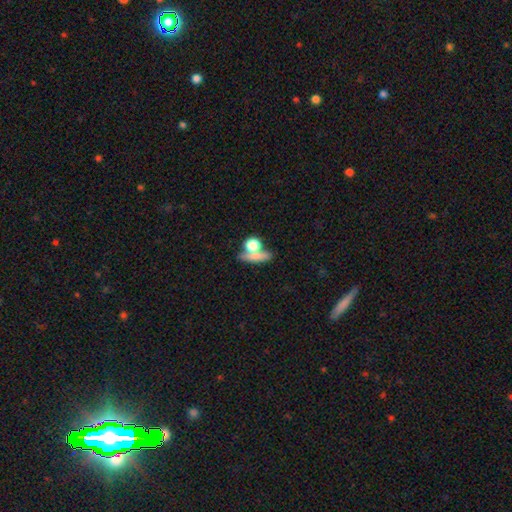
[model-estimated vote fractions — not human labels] Overall: smooth (70%). How rounded: round (38%; cigar-shaped 32%). Merging: none (49%; merger 30%).